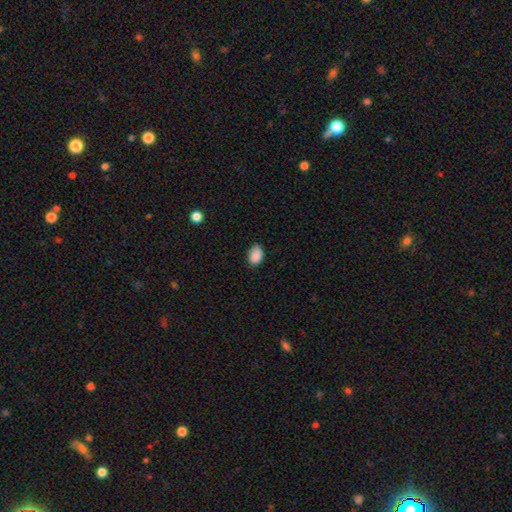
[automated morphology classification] Smooth or featured?
  - smooth: 89% *
  - star or artifact: 8%
  - featured or disk: 3%
How rounded?
  - in between: 84% *
  - round: 15%
  - cigar-shaped: 1%
Merging?
  - none: 77% *
  - minor disturbance: 19%
  - major disturbance: 3%
  - merger: 1%